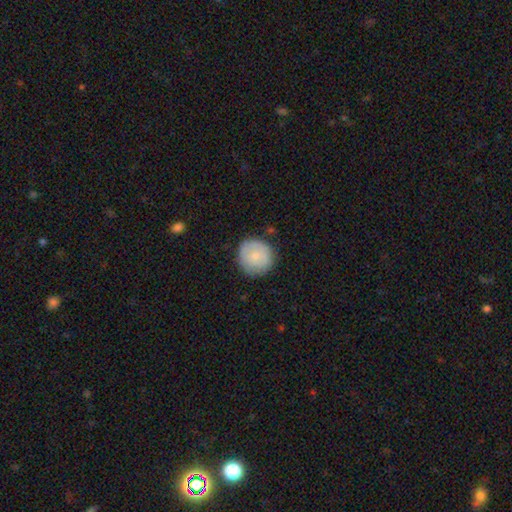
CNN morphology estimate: type=smooth (74%); roundness=round (93%); merging=none (83%).